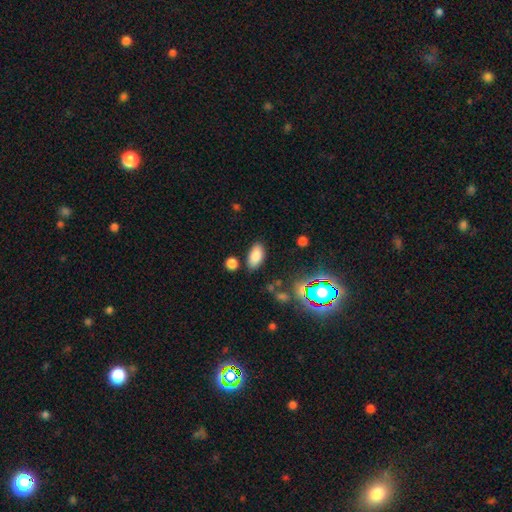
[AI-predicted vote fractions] smooth-or-featured: smooth: 80% | star or artifact: 12% | featured or disk: 8%
  how-rounded: in between: 92% | cigar-shaped: 4% | round: 4%
  merging: none: 80% | minor disturbance: 12% | merger: 5% | major disturbance: 3%